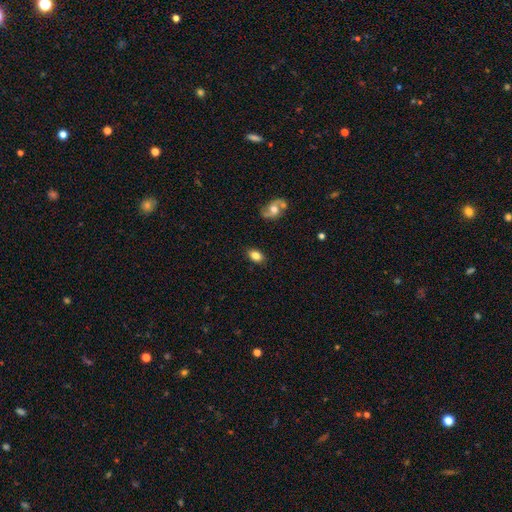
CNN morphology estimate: smooth-or-featured: smooth: 81% | featured or disk: 10% | star or artifact: 8%
  how-rounded: in between: 85% | round: 14% | cigar-shaped: 2%
  merging: none: 85% | minor disturbance: 11% | major disturbance: 2% | merger: 2%